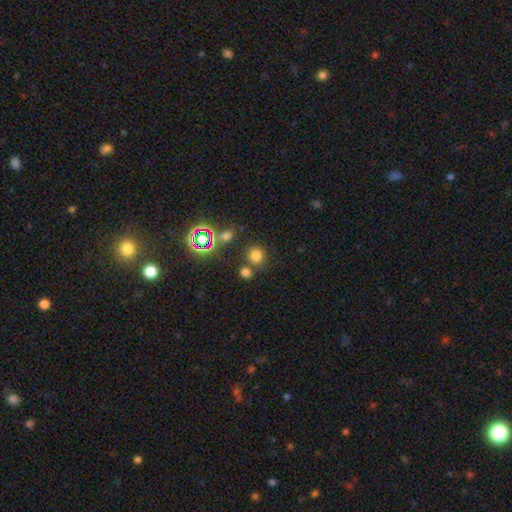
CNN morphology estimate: smooth_or_featured: smooth (p=0.70) [alt: star or artifact p=0.23]
how_rounded: round (p=0.85) [alt: in between p=0.13]
merging: none (p=0.73) [alt: merger p=0.14]